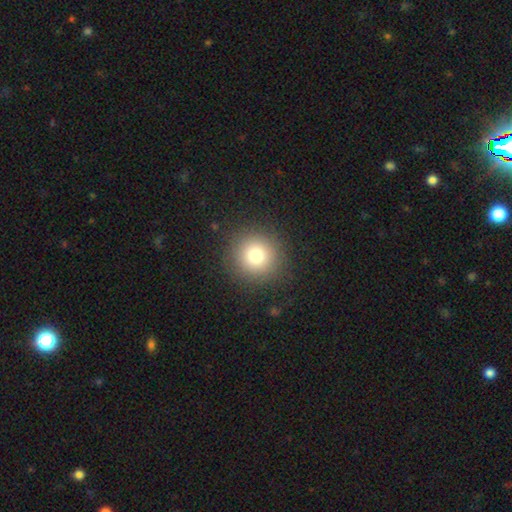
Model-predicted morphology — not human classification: smooth_or_featured: smooth (p=0.79) [alt: star or artifact p=0.13]
how_rounded: round (p=0.95) [alt: in between p=0.04]
merging: none (p=0.89) [alt: minor disturbance p=0.07]